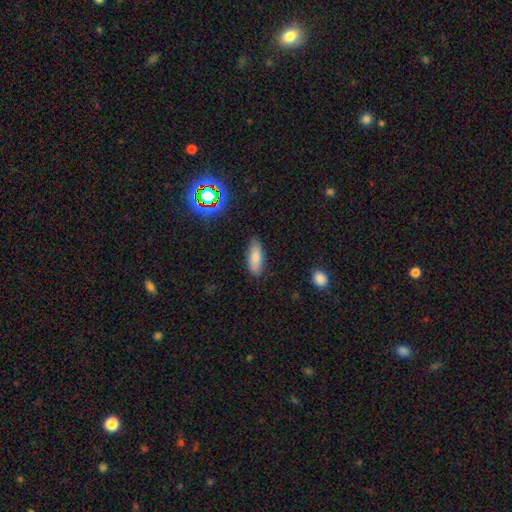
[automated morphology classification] Smooth or featured? Predicted: smooth (p=0.80). How rounded? Predicted: in between (p=0.73). Merging? Predicted: none (p=0.82).